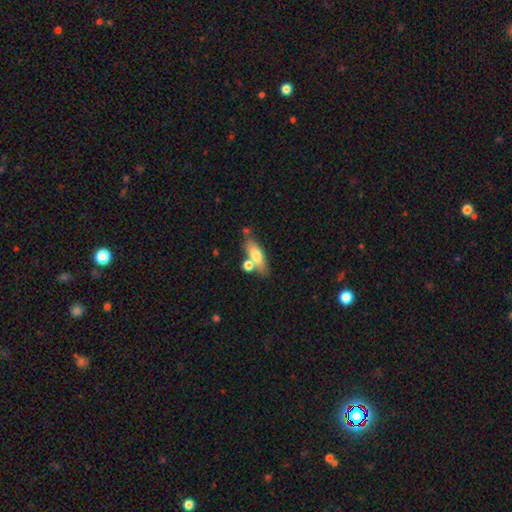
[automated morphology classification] This is likely a smooth galaxy (68%). How rounded: possibly in between (57%). Merging: possibly none (59%).